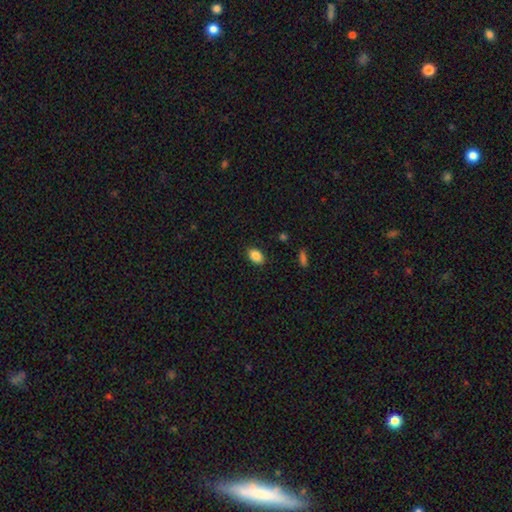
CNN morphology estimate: Overall: smooth (87%). How rounded: in between (84%). Merging: none (88%).